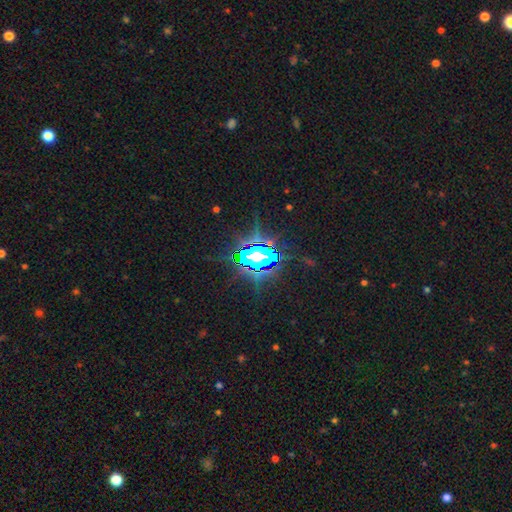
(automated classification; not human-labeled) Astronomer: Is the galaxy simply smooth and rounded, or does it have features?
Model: star or artifact — 71%.